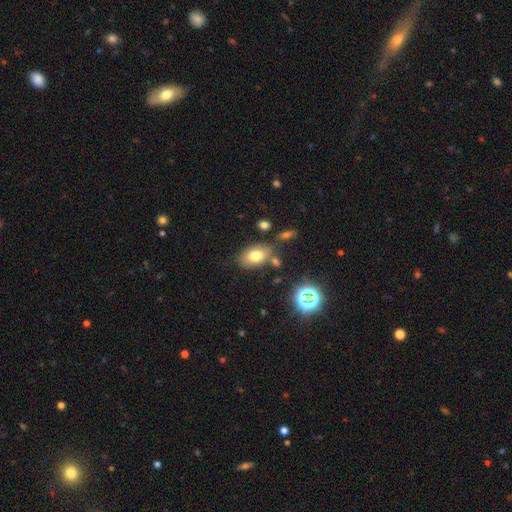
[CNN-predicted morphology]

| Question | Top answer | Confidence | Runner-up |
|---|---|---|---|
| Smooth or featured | smooth | 73% | featured or disk (14%) |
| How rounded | in between | 88% | round (11%) |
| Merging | none | 70% | minor disturbance (15%) |